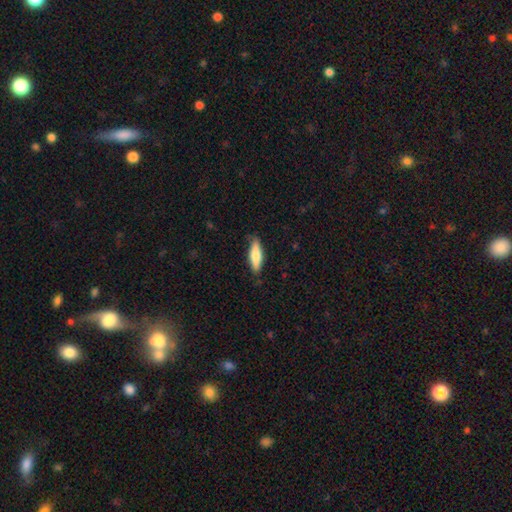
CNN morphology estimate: This is likely a smooth galaxy (71%). How rounded: possibly cigar-shaped (56%). Merging: clearly none (82%).